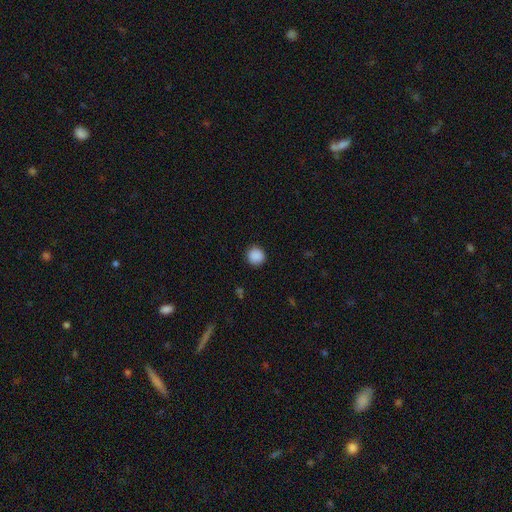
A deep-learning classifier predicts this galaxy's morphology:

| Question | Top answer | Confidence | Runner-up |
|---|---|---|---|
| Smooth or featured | smooth | 89% | star or artifact (9%) |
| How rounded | round | 94% | in between (5%) |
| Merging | none | 91% | minor disturbance (6%) |